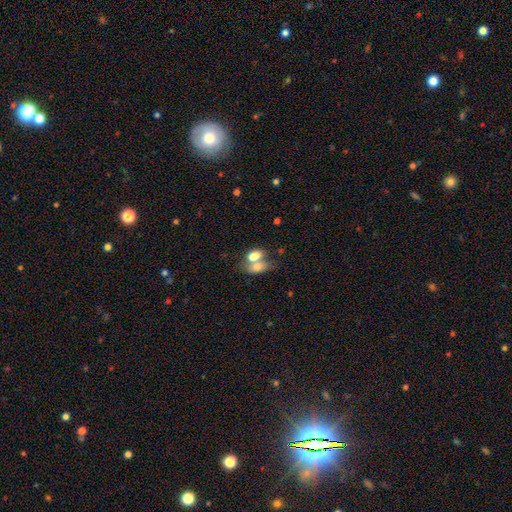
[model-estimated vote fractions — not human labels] smooth-or-featured: smooth: 74% | featured or disk: 17% | star or artifact: 8%
  how-rounded: in between: 83% | round: 14% | cigar-shaped: 3%
  merging: merger: 66% | none: 22% | minor disturbance: 8% | major disturbance: 5%